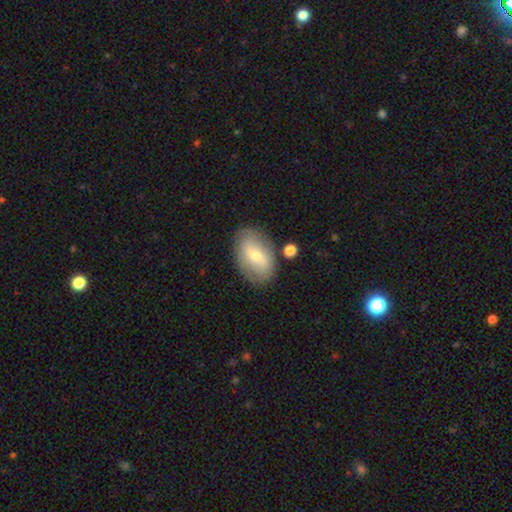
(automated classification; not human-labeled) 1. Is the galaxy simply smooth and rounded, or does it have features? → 58% smooth, 35% featured or disk, 7% star or artifact.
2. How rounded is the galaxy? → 88% in between, 10% round, 2% cigar-shaped.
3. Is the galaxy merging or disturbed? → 75% none, 15% minor disturbance, 5% major disturbance, 4% merger.